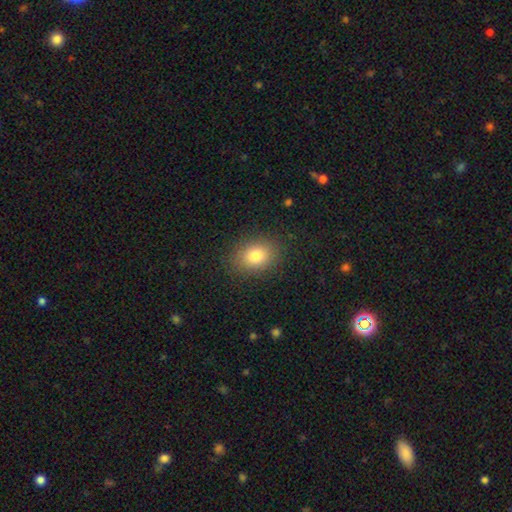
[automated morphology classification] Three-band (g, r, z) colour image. It shows a smooth galaxy with no disk features (82%) that is in between round and cigar-shaped (70%). Merging: none (87%).